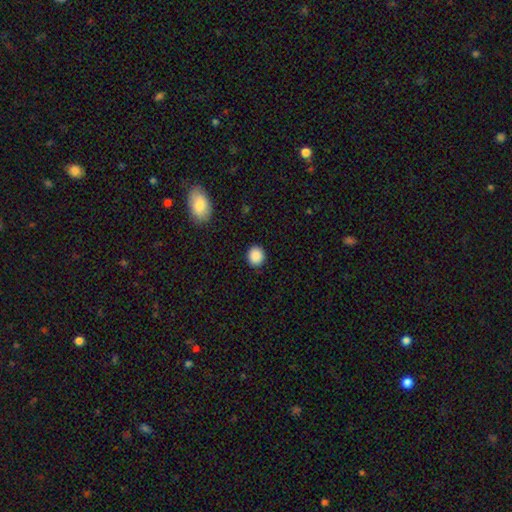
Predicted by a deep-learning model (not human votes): A smooth galaxy with no disk features (89%) that is round (78%).

Vote fractions:
- Smooth or featured? smooth: 89% / star or artifact: 9% / featured or disk: 3%
- How rounded? round: 78% / in between: 21% / cigar-shaped: 1%
- Merging? none: 91% / minor disturbance: 6% / major disturbance: 2% / merger: 1%